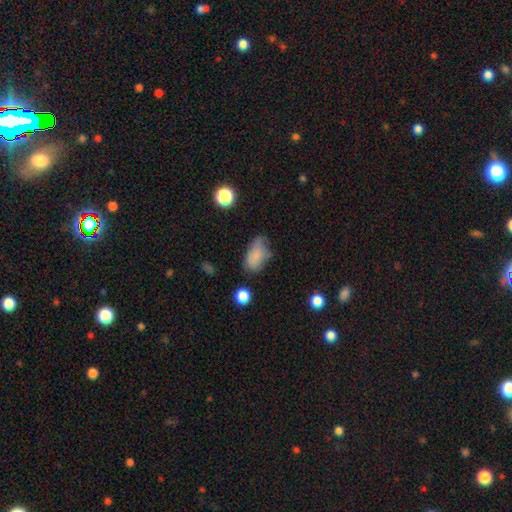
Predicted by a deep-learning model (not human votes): This appears to be a smooth galaxy with no disk features (80%) that is in between round and cigar-shaped (90%). Merging: none (48%).